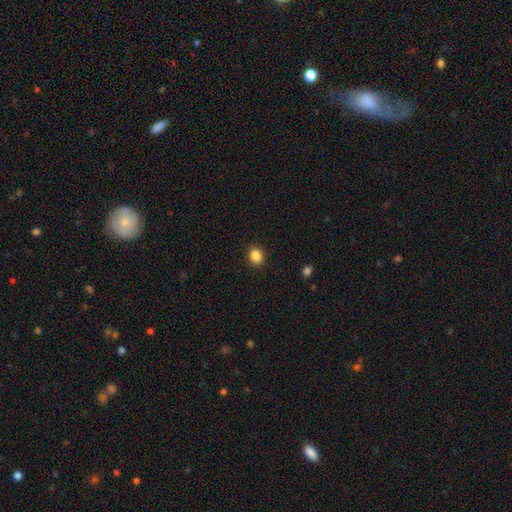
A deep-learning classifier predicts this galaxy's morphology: smooth_or_featured: smooth (p=0.86) [alt: star or artifact p=0.10]
how_rounded: round (p=0.71) [alt: in between p=0.28]
merging: none (p=0.91) [alt: minor disturbance p=0.06]